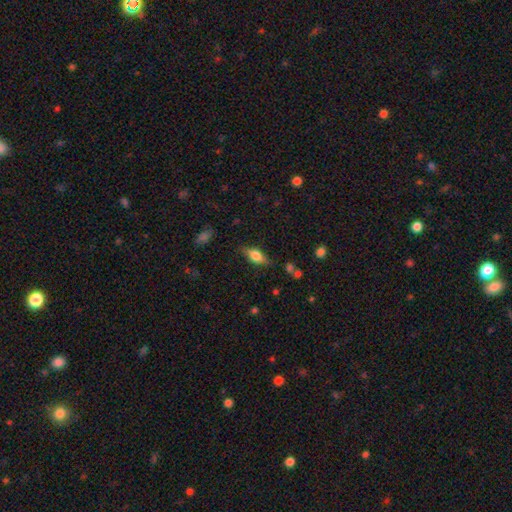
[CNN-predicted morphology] Smooth or featured? Predicted: smooth (p=0.63). How rounded? Predicted: in between (p=0.78). Merging? Predicted: none (p=0.78).